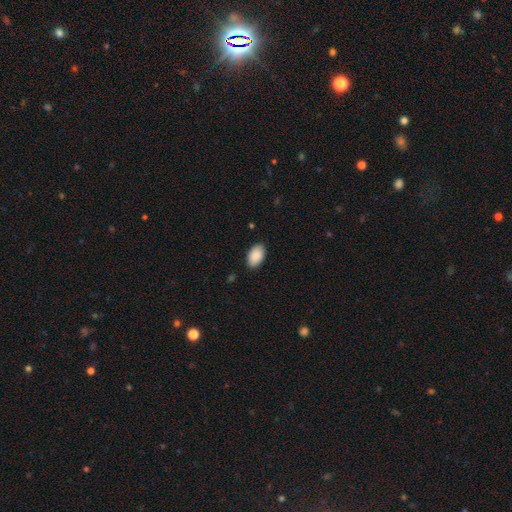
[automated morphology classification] This appears to be a smooth galaxy with no disk features (91%) that is in between round and cigar-shaped (94%). Merging: none (87%).